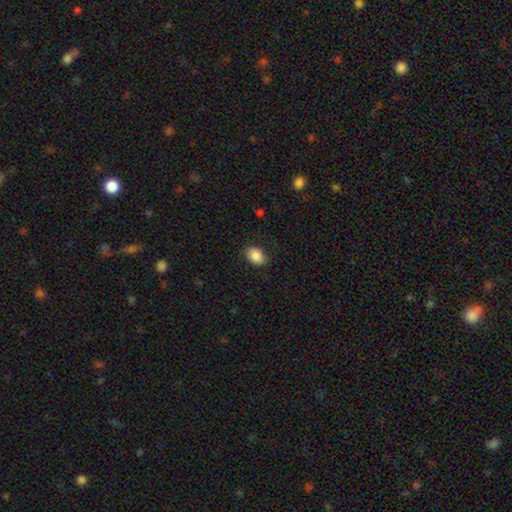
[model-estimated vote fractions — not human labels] smooth-or-featured: smooth: 88% | star or artifact: 8% | featured or disk: 5%
  how-rounded: in between: 77% | round: 22% | cigar-shaped: 1%
  merging: none: 83% | minor disturbance: 13% | major disturbance: 3% | merger: 1%